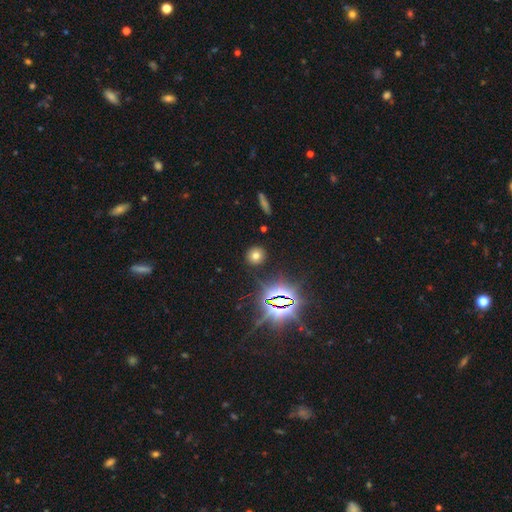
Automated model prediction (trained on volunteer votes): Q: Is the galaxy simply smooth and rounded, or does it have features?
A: smooth — 65%.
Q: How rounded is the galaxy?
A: round — 88%.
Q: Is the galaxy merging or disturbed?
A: none — 89%.